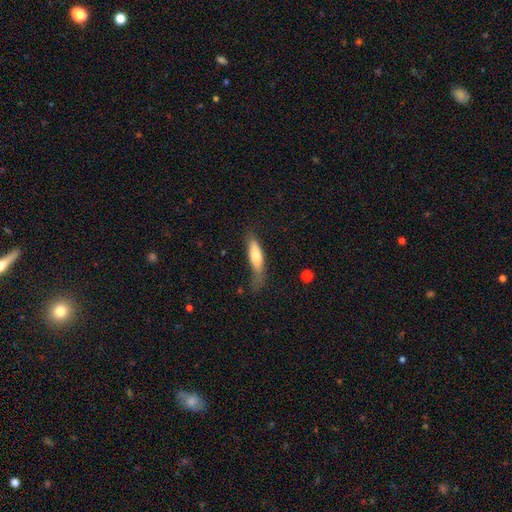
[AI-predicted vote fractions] smooth 68%, featured or disk 26%, star or artifact 6%. Down the decision tree: how rounded — cigar-shaped (56%); merging — none (50%).